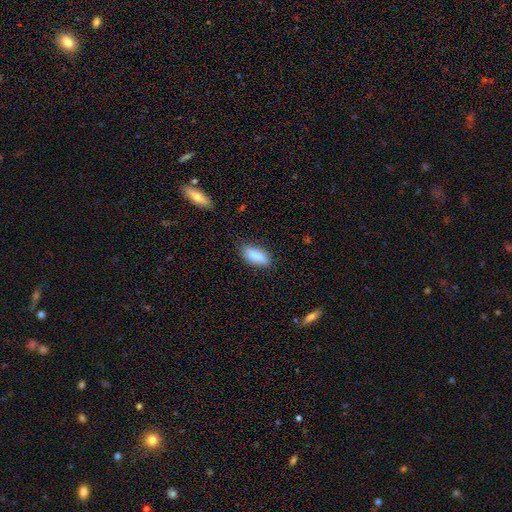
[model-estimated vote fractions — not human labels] smooth_or_featured: smooth (p=0.85) [alt: featured or disk p=0.08]
how_rounded: in between (p=0.75) [alt: cigar-shaped p=0.22]
merging: none (p=0.79) [alt: minor disturbance p=0.16]